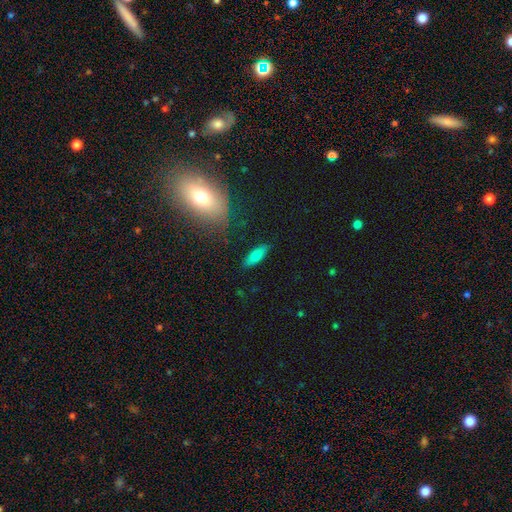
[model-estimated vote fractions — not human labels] This is likely a smooth galaxy (73%). How rounded: likely in between (63%). Merging: clearly none (85%).